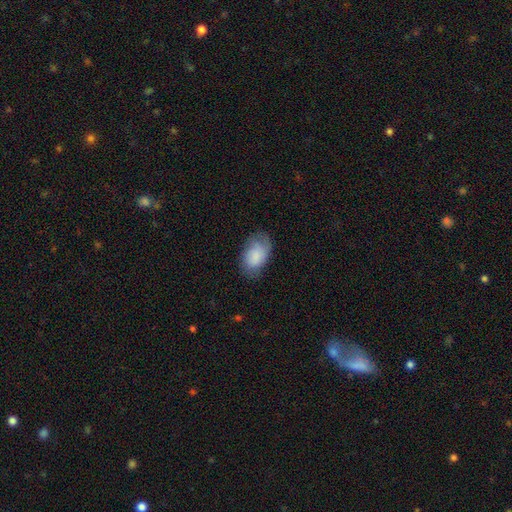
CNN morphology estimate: Q: Smooth or featured?
A: smooth (77%); runner-up: featured or disk (16%)
Q: How rounded?
A: in between (91%); runner-up: round (8%)
Q: Merging?
A: none (68%); runner-up: minor disturbance (24%)